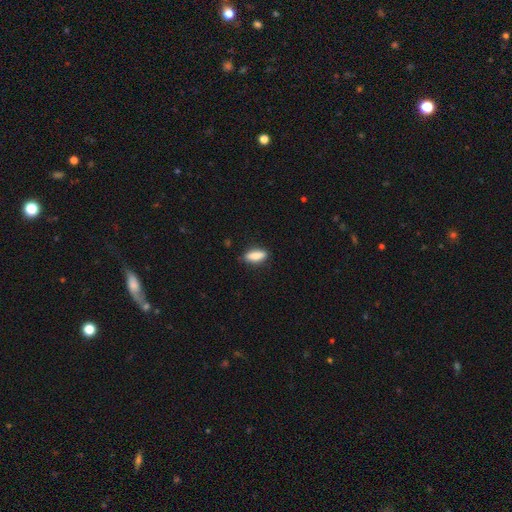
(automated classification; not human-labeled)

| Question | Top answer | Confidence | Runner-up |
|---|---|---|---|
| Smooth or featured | smooth | 83% | featured or disk (11%) |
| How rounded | in between | 67% | cigar-shaped (30%) |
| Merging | none | 82% | minor disturbance (14%) |